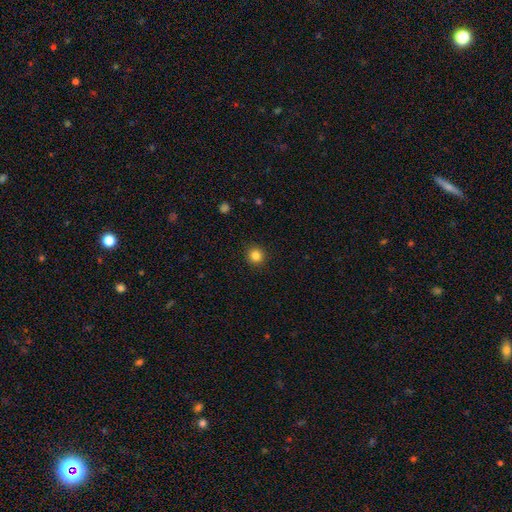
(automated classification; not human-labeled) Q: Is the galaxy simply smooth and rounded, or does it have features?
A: smooth — 84%.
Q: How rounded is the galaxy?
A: round — 93%.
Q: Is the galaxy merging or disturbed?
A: none — 92%.